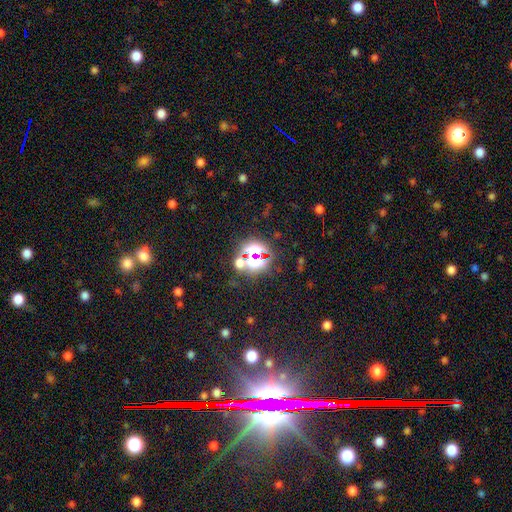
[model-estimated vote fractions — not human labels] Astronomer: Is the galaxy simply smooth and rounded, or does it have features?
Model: star or artifact — 63%.